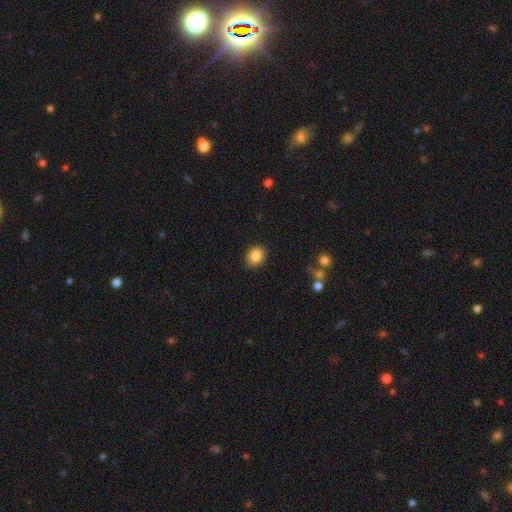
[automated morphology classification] smooth_or_featured: smooth (p=0.87) [alt: star or artifact p=0.09]
how_rounded: round (p=0.68) [alt: in between p=0.31]
merging: none (p=0.87) [alt: minor disturbance p=0.09]